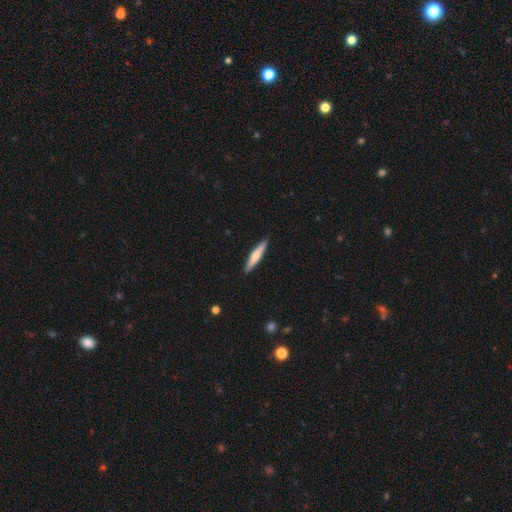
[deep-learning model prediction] Smooth or featured: smooth — 58% (featured or disk — 37%)
How rounded: cigar-shaped — 90% (in between — 9%)
Merging: none — 91% (minor disturbance — 6%)